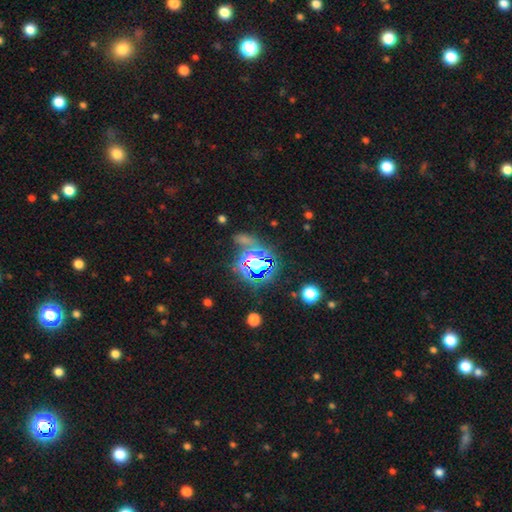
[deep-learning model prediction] This appears to be a star or artifact, not a galaxy (75%).